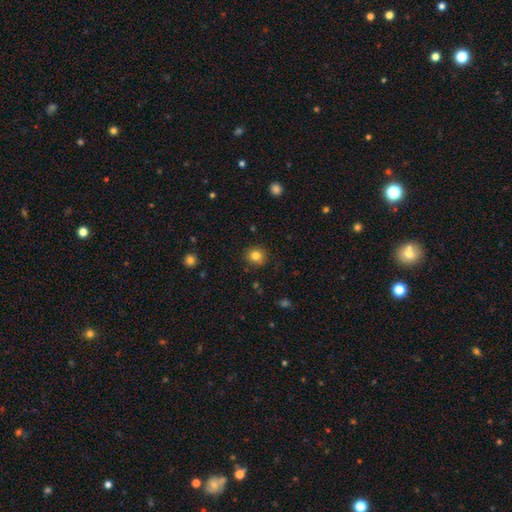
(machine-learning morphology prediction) A smooth galaxy with no disk features (83%) that is round (84%). Merging: none (88%).